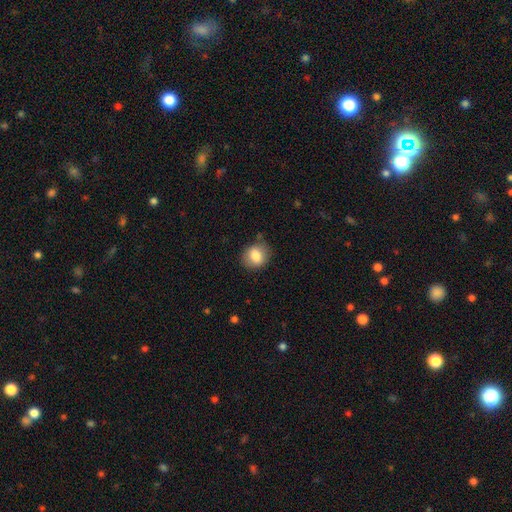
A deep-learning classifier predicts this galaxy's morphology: A smooth galaxy with no disk features (80%) that is round (63%). Merging: none (79%).